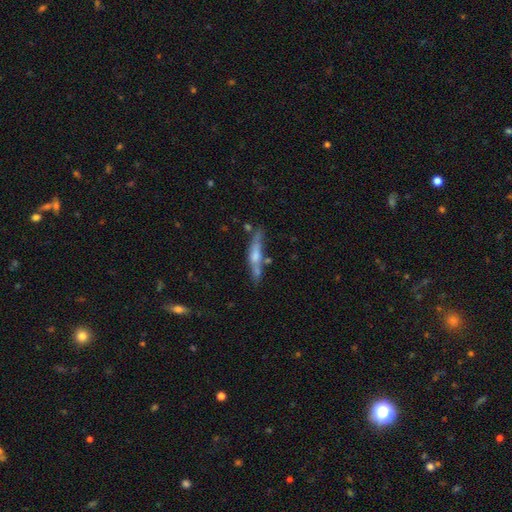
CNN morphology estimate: A featured or disk galaxy (54%) viewed edge-on (84%). Merging: none (58%).